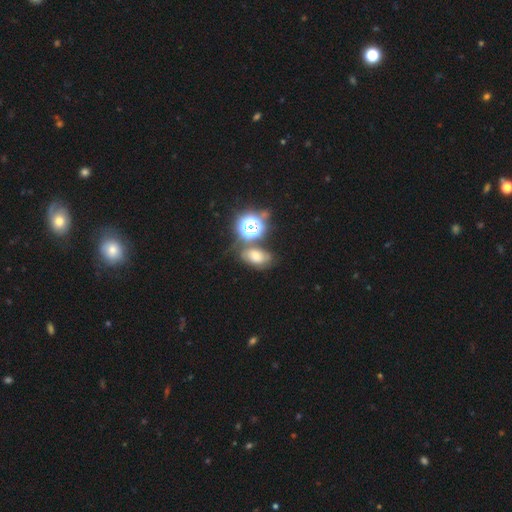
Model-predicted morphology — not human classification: Smooth or featured?
  - smooth: 49% *
  - star or artifact: 27%
  - featured or disk: 24%
Merging?
  - none: 57% *
  - merger: 18%
  - minor disturbance: 17%
  - major disturbance: 8%